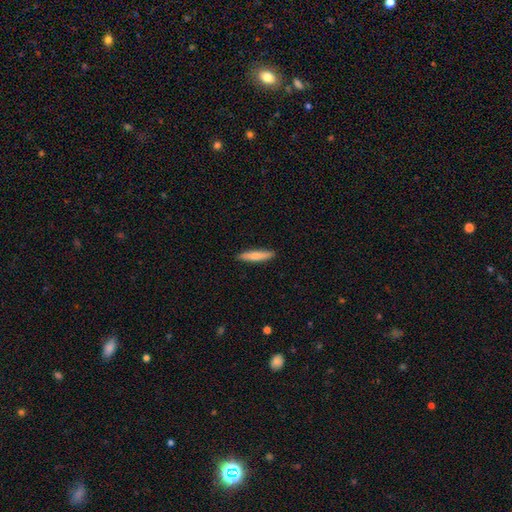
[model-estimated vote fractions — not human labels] Overall: smooth (75%). How rounded: cigar-shaped (86%). Merging: none (90%).